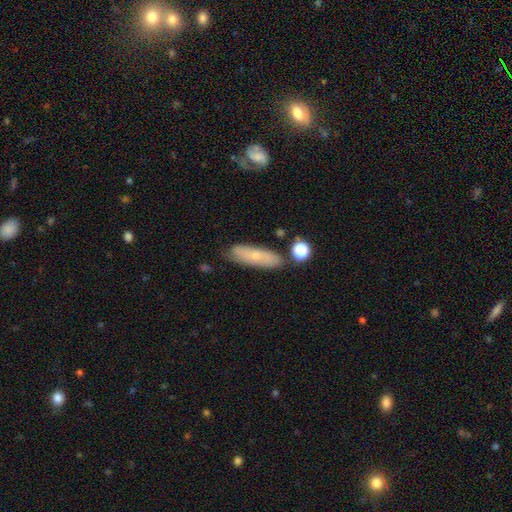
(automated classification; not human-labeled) This is likely a smooth galaxy (60%). How rounded: possibly cigar-shaped (57%). Merging: likely none (72%).